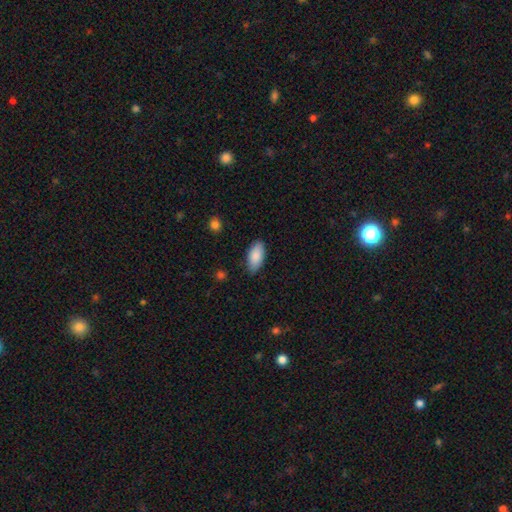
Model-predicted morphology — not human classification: Smooth or featured? Predicted: smooth (p=0.87). How rounded? Predicted: in between (p=0.91). Merging? Predicted: none (p=0.85).